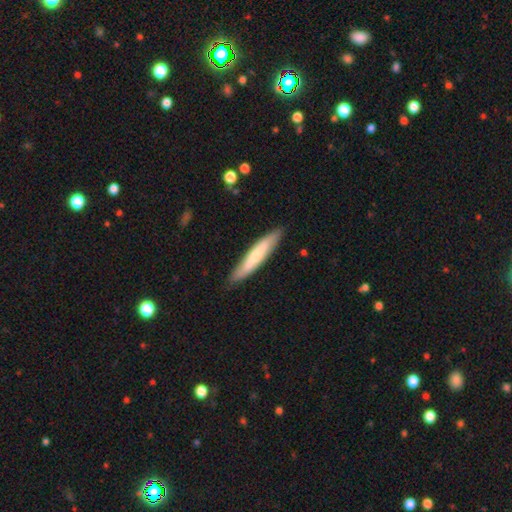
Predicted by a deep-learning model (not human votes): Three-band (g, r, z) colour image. It shows a smooth galaxy with no disk features (61%) that is cigar-shaped (89%). Merging: none (87%).